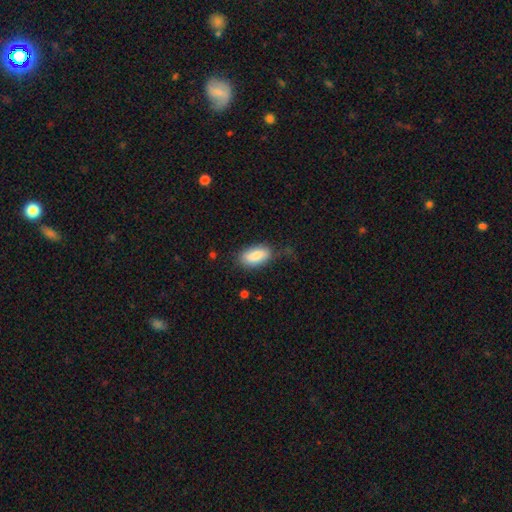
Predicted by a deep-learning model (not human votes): Smooth or featured: smooth — 86% (featured or disk — 7%)
How rounded: in between — 91% (cigar-shaped — 6%)
Merging: none — 71% (minor disturbance — 21%)